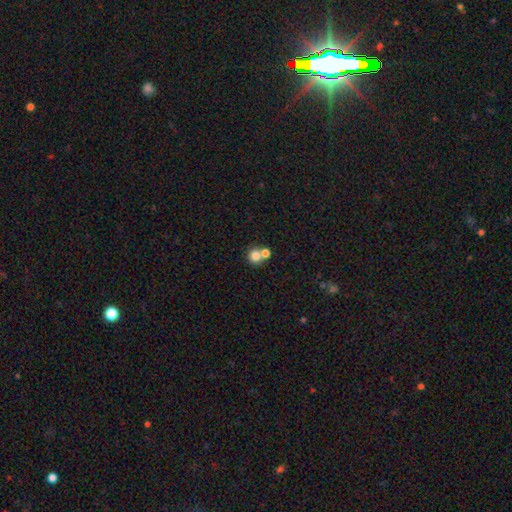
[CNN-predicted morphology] type=smooth (78%); roundness=round (88%); merging=none (47%).